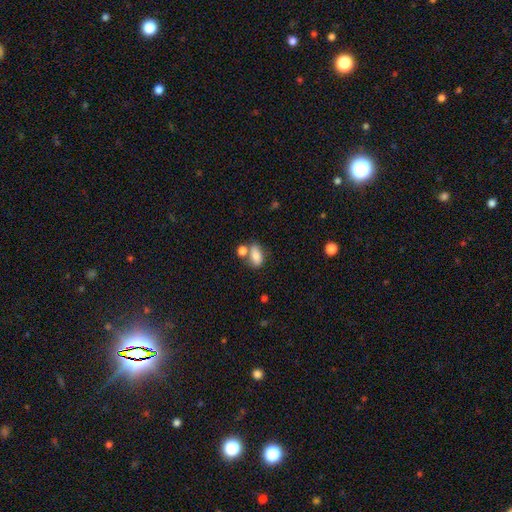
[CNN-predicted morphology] smooth-or-featured: smooth: 80% | featured or disk: 12% | star or artifact: 9%
  how-rounded: in between: 84% | round: 11% | cigar-shaped: 5%
  merging: none: 48% | merger: 30% | minor disturbance: 15% | major disturbance: 6%